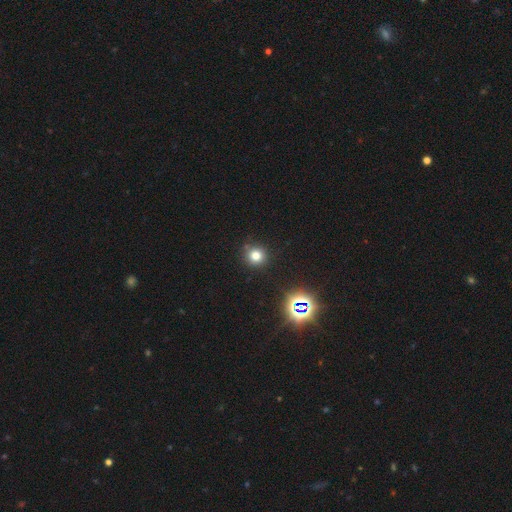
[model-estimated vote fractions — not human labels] Smooth or featured: smooth — 75% (star or artifact — 19%)
How rounded: round — 93% (in between — 6%)
Merging: none — 87% (minor disturbance — 8%)